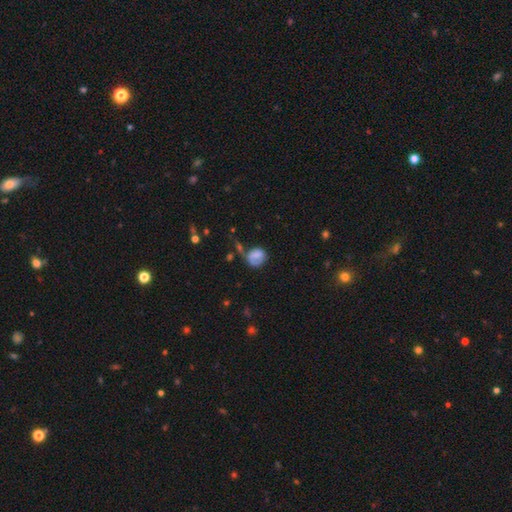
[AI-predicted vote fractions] Q: Smooth or featured?
A: smooth (68%); runner-up: featured or disk (22%)
Q: How rounded?
A: round (68%); runner-up: in between (31%)
Q: Merging?
A: none (46%); runner-up: minor disturbance (26%)